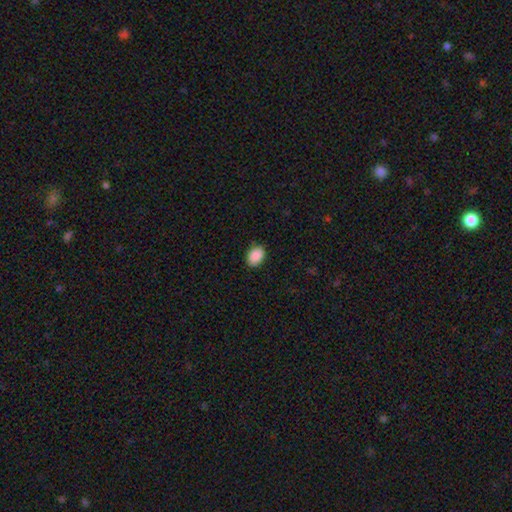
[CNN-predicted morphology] Smooth or featured? Predicted: smooth (p=0.90). How rounded? Predicted: in between (p=0.79). Merging? Predicted: none (p=0.87).